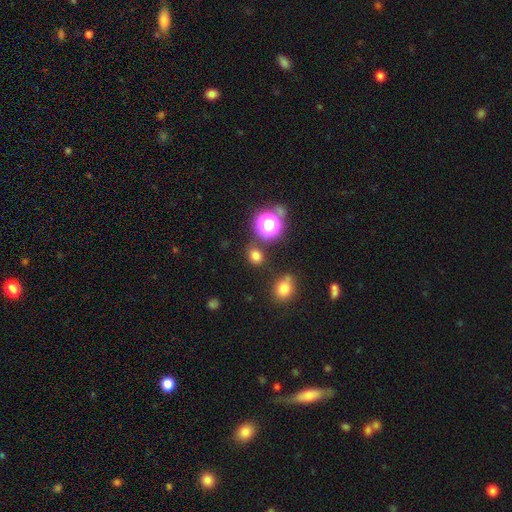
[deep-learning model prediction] smooth-or-featured: smooth: 72% | star or artifact: 23% | featured or disk: 6%
  how-rounded: round: 69% | in between: 30% | cigar-shaped: 1%
  merging: none: 81% | minor disturbance: 10% | merger: 6% | major disturbance: 4%